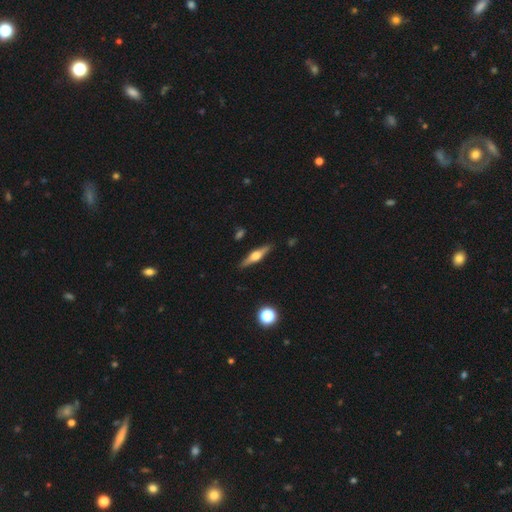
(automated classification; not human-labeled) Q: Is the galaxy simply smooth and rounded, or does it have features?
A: featured or disk — 67%.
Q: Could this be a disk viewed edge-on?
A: yes — 97%.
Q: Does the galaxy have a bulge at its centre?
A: rounded — 94%.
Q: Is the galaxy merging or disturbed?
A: none — 89%.